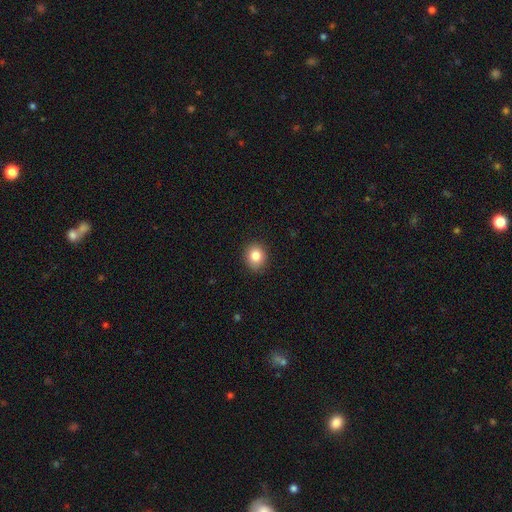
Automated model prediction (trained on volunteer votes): Smooth or featured? smooth (83%)
How rounded? round (67%)
Merging? none (89%)